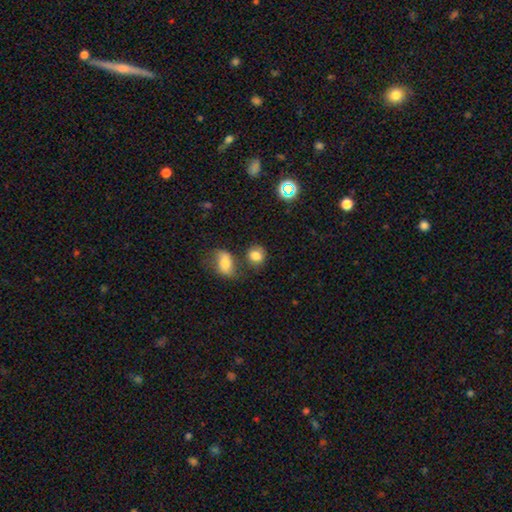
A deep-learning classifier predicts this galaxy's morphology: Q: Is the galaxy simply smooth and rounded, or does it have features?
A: smooth — 79%.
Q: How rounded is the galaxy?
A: round — 60%.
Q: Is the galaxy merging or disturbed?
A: none — 59%.